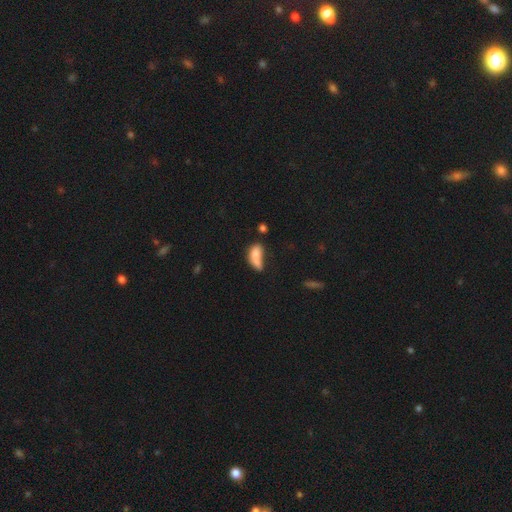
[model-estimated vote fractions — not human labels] Overall: smooth (72%). How rounded: in between (78%). Merging: major disturbance (26%; none 25%).